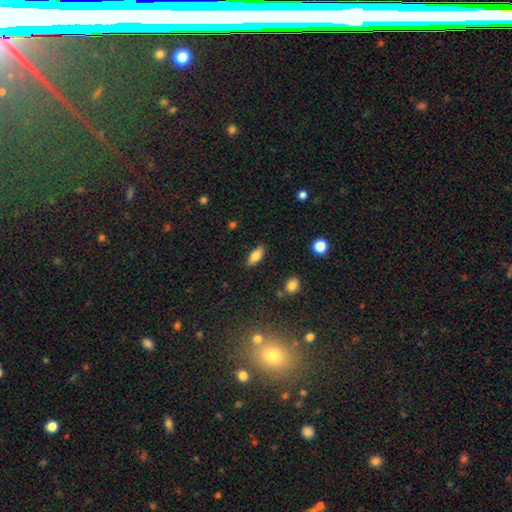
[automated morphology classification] Smooth or featured? Predicted: smooth (p=0.80). How rounded? Predicted: in between (p=0.80). Merging? Predicted: none (p=0.86).